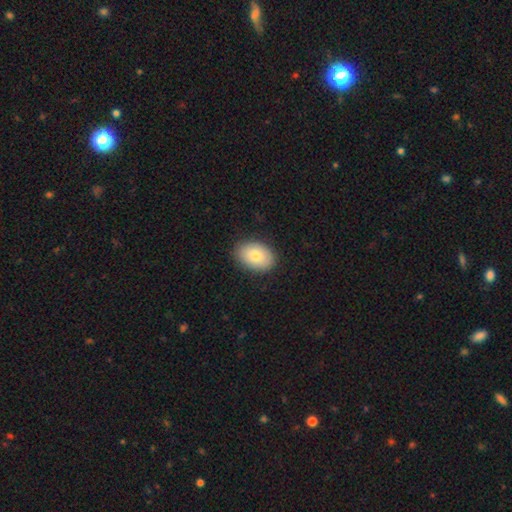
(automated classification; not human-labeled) This appears to be a smooth galaxy with no disk features (82%) that is in between round and cigar-shaped (83%). Merging: none (87%).